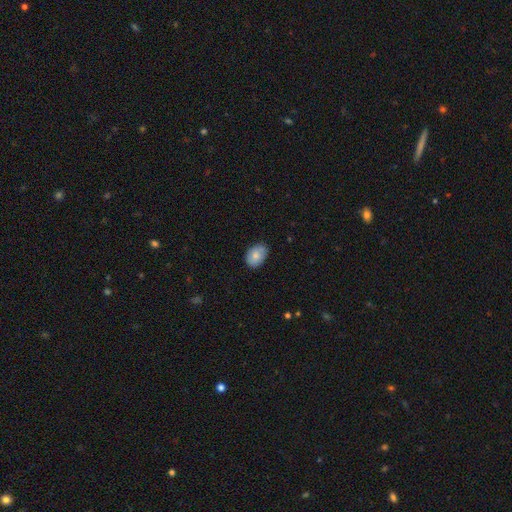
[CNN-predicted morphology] smooth_or_featured: smooth (p=0.78) [alt: featured or disk p=0.15]
how_rounded: in between (p=0.80) [alt: round p=0.19]
merging: none (p=0.80) [alt: minor disturbance p=0.17]